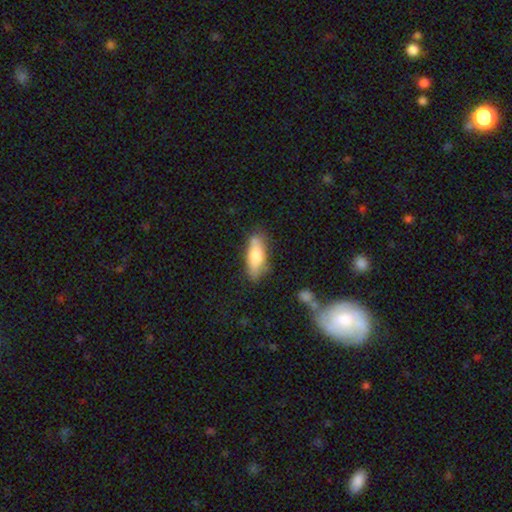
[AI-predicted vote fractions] The model was most divided on "how rounded": in between: 61%, cigar-shaped: 37%, round: 2%. More confident: merging — none (73%); smooth or featured — smooth (72%).